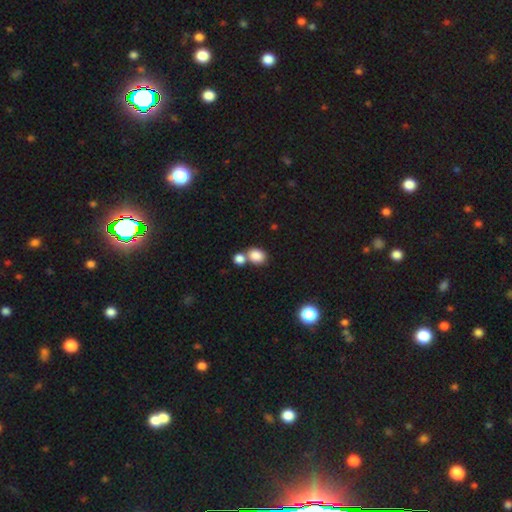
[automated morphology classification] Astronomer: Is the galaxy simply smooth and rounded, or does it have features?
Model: smooth — 85%.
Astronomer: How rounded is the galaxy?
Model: in between — 52% (runner-up: round, 47%).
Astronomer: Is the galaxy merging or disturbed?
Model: none — 46% (runner-up: merger, 42%).